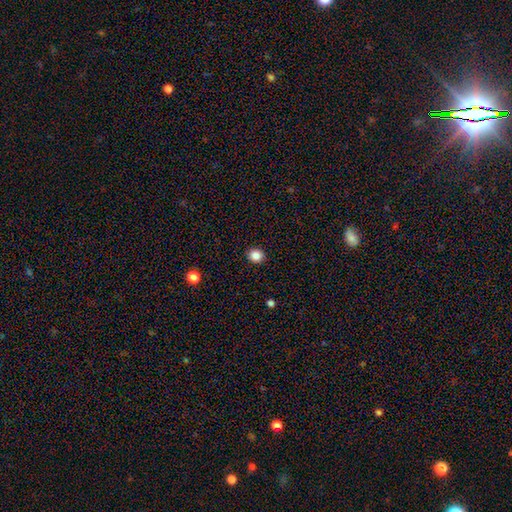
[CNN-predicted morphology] The model was most divided on "how rounded": round: 80%, in between: 19%, cigar-shaped: 1%. More confident: merging — none (92%); smooth or featured — smooth (86%).